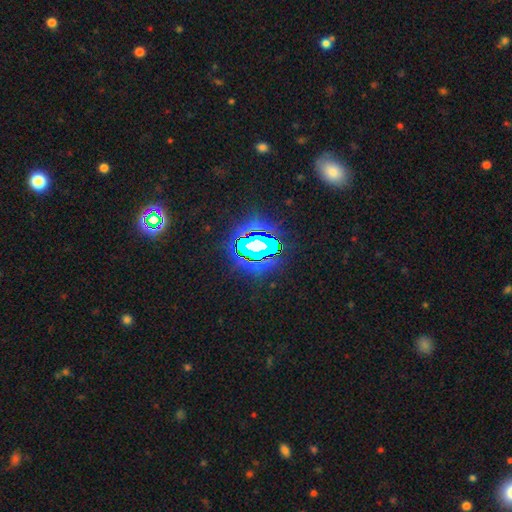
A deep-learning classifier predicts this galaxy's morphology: type=star or artifact (80%).